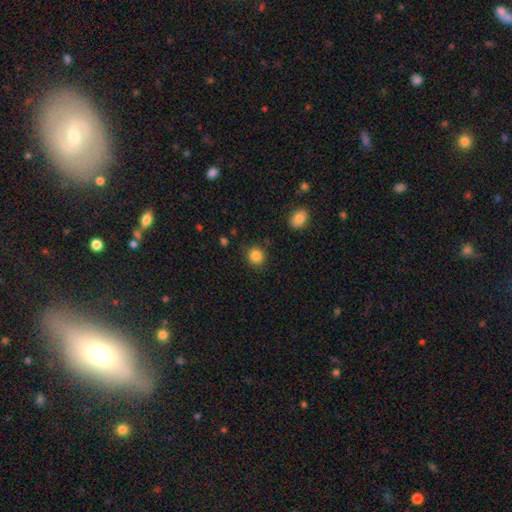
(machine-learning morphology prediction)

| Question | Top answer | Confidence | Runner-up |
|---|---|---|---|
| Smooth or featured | smooth | 86% | star or artifact (10%) |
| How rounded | round | 86% | in between (13%) |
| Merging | none | 87% | minor disturbance (8%) |